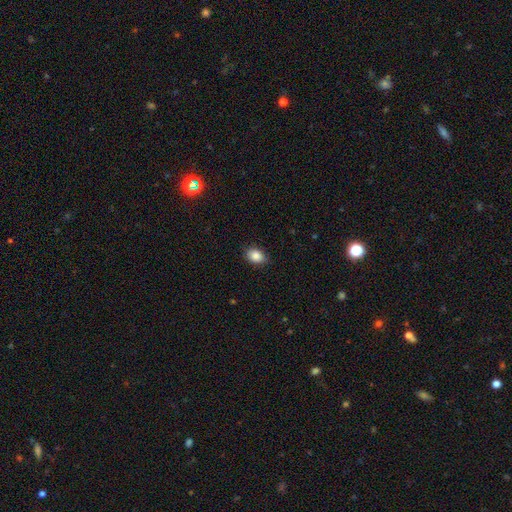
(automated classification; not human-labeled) Smooth or featured: smooth — 87% (star or artifact — 8%)
How rounded: in between — 74% (round — 25%)
Merging: none — 82% (minor disturbance — 15%)